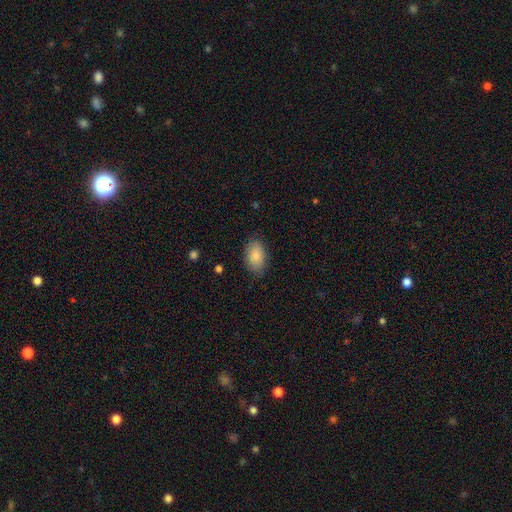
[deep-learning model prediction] Smooth or featured: smooth — 83% (featured or disk — 10%)
How rounded: in between — 90% (round — 9%)
Merging: none — 83% (minor disturbance — 13%)